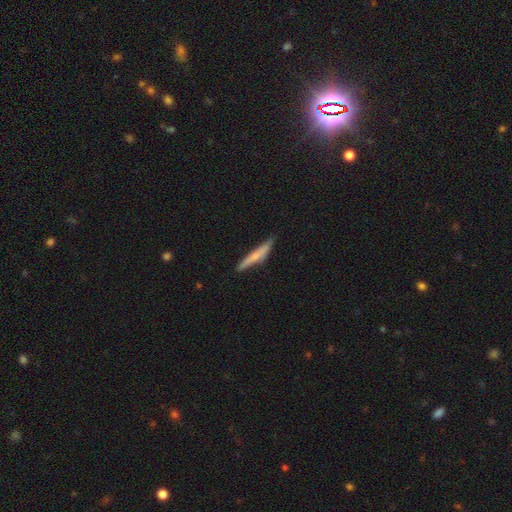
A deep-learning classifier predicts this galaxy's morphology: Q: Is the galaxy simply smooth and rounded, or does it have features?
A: smooth — 56%.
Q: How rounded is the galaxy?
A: cigar-shaped — 93%.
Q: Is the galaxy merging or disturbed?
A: none — 79%.